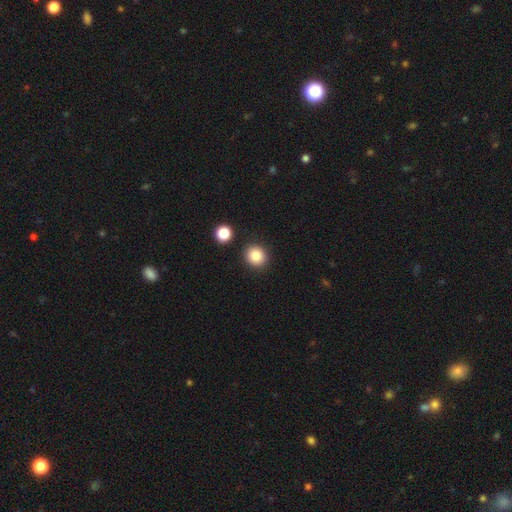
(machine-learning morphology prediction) Q: Smooth or featured?
A: smooth (85%); runner-up: star or artifact (10%)
Q: How rounded?
A: round (82%); runner-up: in between (17%)
Q: Merging?
A: none (88%); runner-up: minor disturbance (7%)